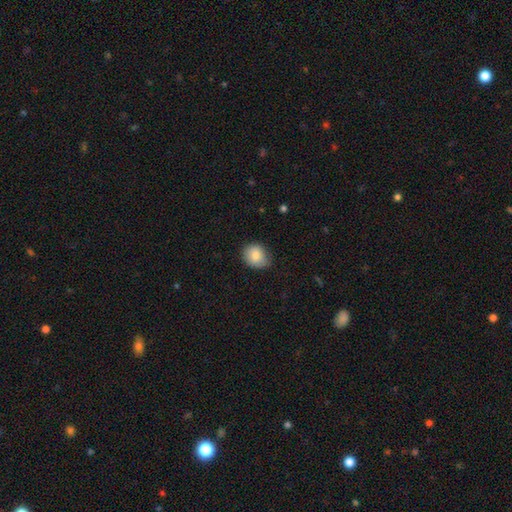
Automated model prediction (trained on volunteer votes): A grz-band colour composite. It shows a smooth galaxy with no disk features (81%) that is round (64%). Merging: none (70%).